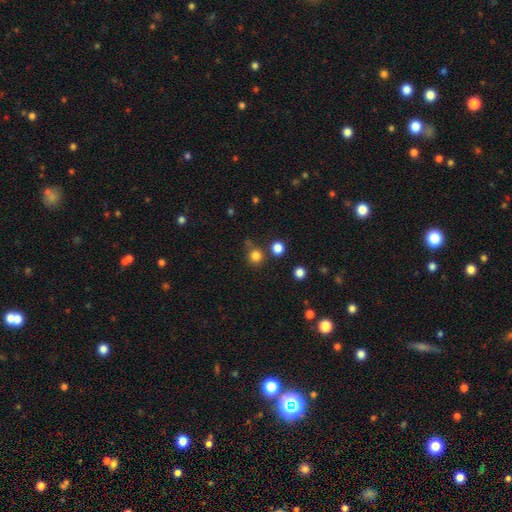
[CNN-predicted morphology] Q: Smooth or featured?
A: smooth (80%); runner-up: star or artifact (15%)
Q: How rounded?
A: round (93%); runner-up: in between (6%)
Q: Merging?
A: none (77%); runner-up: merger (10%)